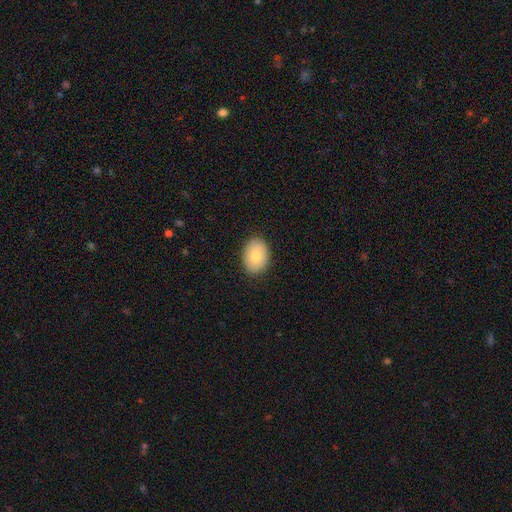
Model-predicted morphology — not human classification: smooth 81%, featured or disk 12%, star or artifact 7%. Down the decision tree: how rounded — in between (77%); merging — none (88%).